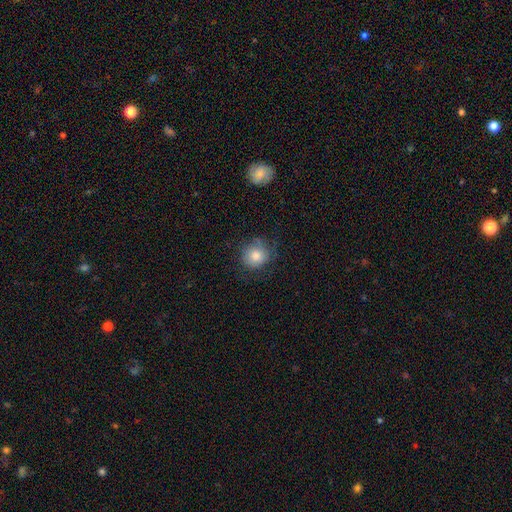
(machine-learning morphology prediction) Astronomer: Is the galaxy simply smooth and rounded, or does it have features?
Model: smooth — 80%.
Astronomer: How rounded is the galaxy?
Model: round — 85%.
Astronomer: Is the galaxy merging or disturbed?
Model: none — 68%.